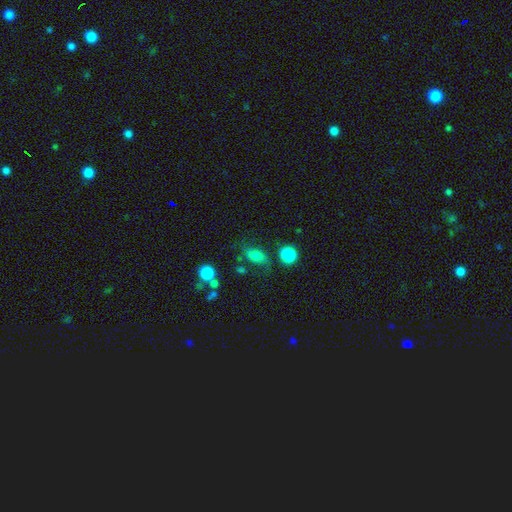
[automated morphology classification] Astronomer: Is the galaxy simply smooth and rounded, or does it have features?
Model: smooth — 70%.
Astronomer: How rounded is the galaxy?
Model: in between — 79%.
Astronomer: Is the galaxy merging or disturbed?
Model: none — 56%.